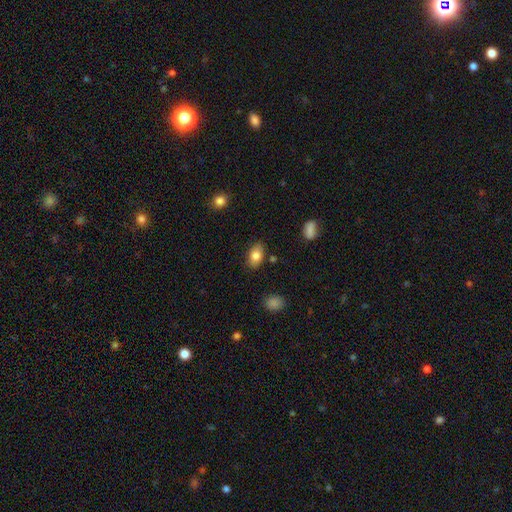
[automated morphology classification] smooth-or-featured: smooth: 82% | featured or disk: 11% | star or artifact: 8%
  how-rounded: in between: 89% | round: 9% | cigar-shaped: 2%
  merging: none: 83% | minor disturbance: 12% | merger: 2% | major disturbance: 2%